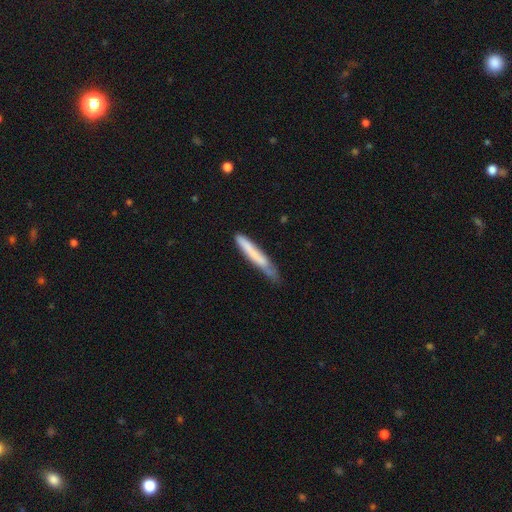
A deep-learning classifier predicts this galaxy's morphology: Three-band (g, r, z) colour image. It shows a smooth galaxy with no disk features (67%) that is cigar-shaped (94%). Merging: none (57%).